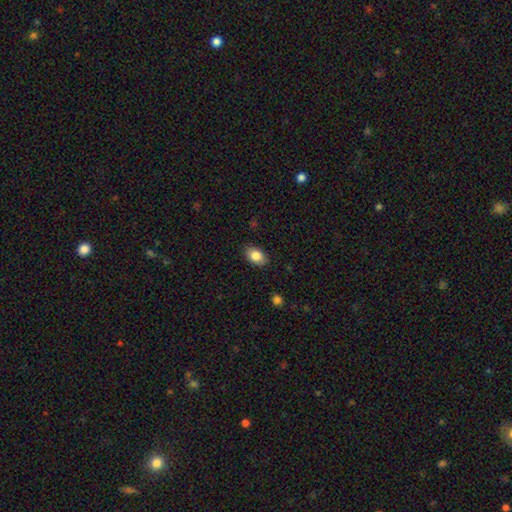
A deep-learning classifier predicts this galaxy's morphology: smooth_or_featured: smooth (p=0.85) [alt: star or artifact p=0.08]
how_rounded: in between (p=0.84) [alt: round p=0.15]
merging: none (p=0.86) [alt: minor disturbance p=0.10]